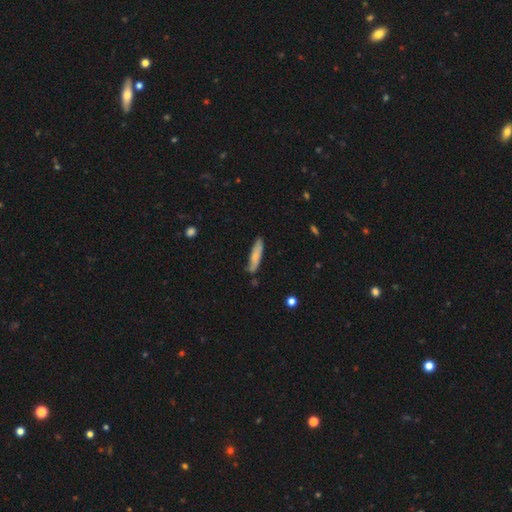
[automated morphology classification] The model was most divided on "smooth or featured": smooth: 73%, featured or disk: 21%, star or artifact: 6%. More confident: how rounded — cigar-shaped (83%); merging — none (75%).